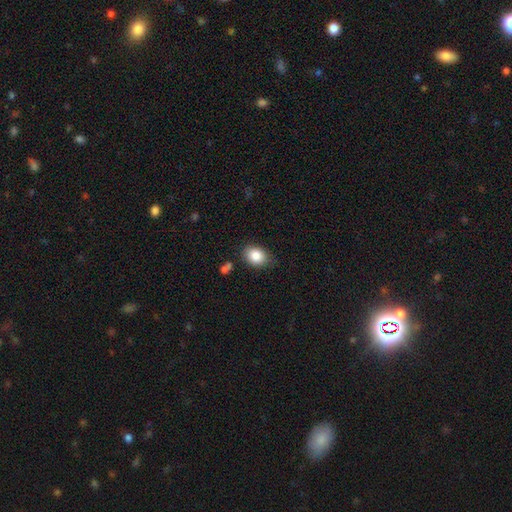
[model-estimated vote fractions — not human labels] A smooth galaxy with no disk features (85%) that is in between round and cigar-shaped (65%). Merging: none (77%).